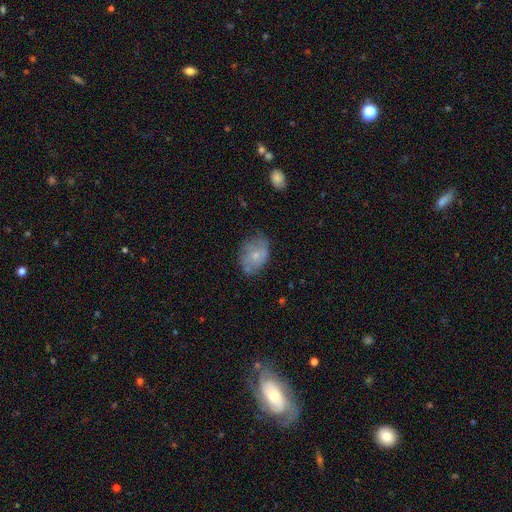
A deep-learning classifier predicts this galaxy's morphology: This appears to be a smooth galaxy with no disk features (56%) that is in between round and cigar-shaped (77%). Merging: none (56%).